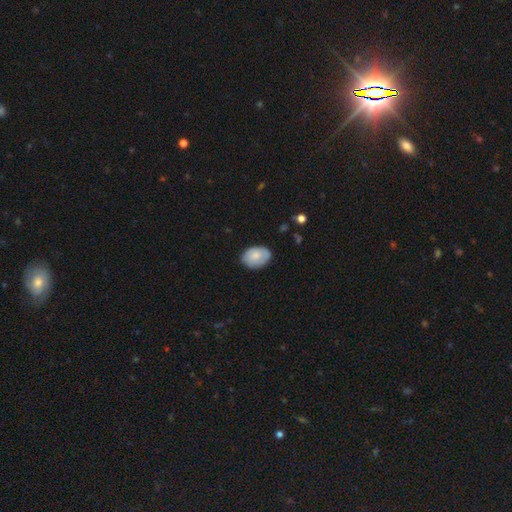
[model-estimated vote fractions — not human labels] smooth_or_featured: smooth (p=0.77) [alt: featured or disk p=0.17]
how_rounded: in between (p=0.79) [alt: round p=0.20]
merging: none (p=0.78) [alt: minor disturbance p=0.17]